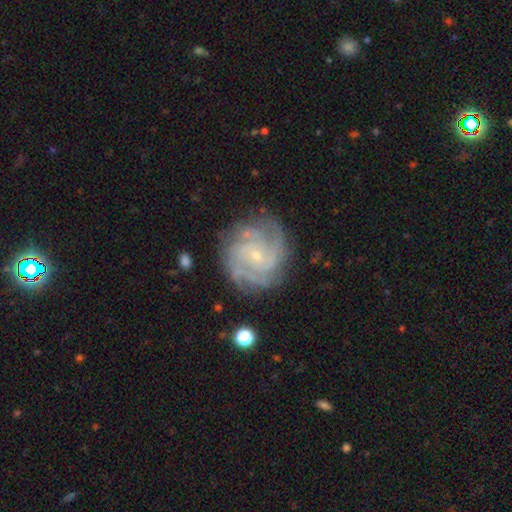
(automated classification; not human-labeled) A featured or disk galaxy (87%) with no bar (68%), 3 (24%, tied with can't tell) tight (64%) spiral arms (96%) and a small central bulge (82%). Merging: none (77%).